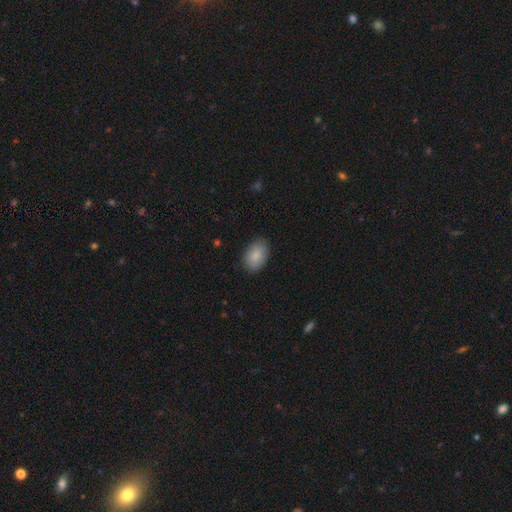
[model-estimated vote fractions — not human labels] Smooth or featured? Predicted: smooth (p=0.87). How rounded? Predicted: in between (p=0.89). Merging? Predicted: none (p=0.84).